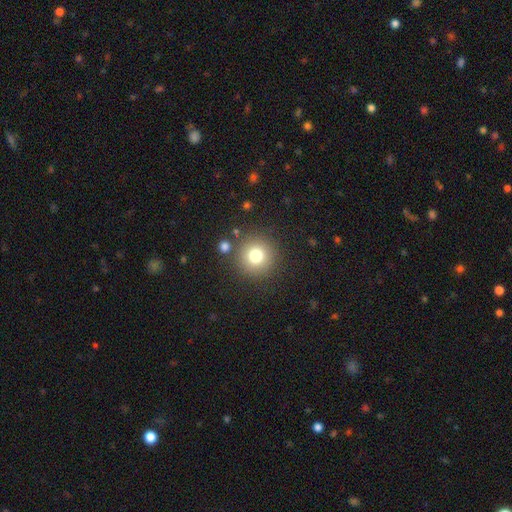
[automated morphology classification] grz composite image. It shows a smooth galaxy with no disk features (77%) that is round (95%). Merging: none (85%).